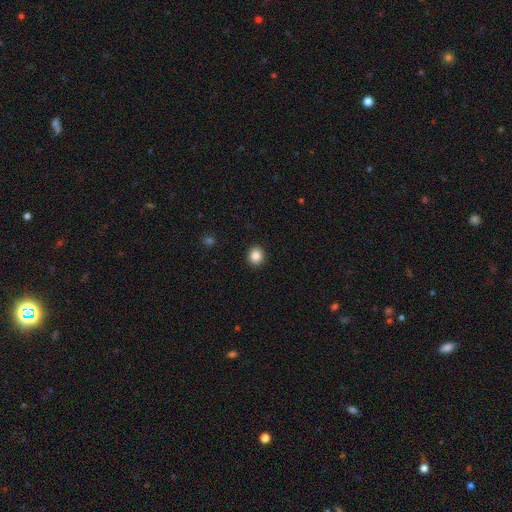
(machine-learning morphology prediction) Smooth or featured: smooth — 87% (star or artifact — 10%)
How rounded: round — 85% (in between — 14%)
Merging: none — 92% (minor disturbance — 5%)